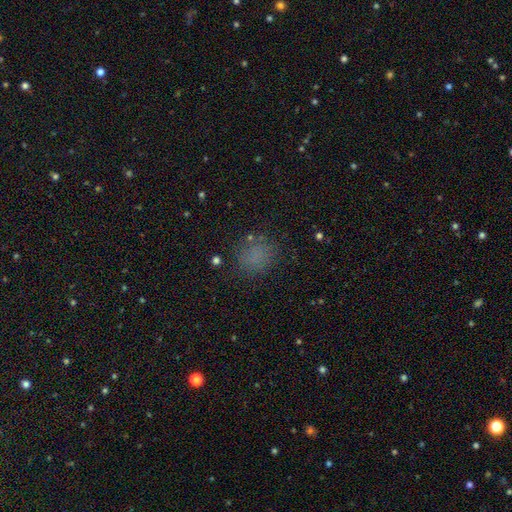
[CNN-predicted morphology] This appears to be a smooth galaxy with no disk features (73%) that is round (74%). Merging: none (79%).